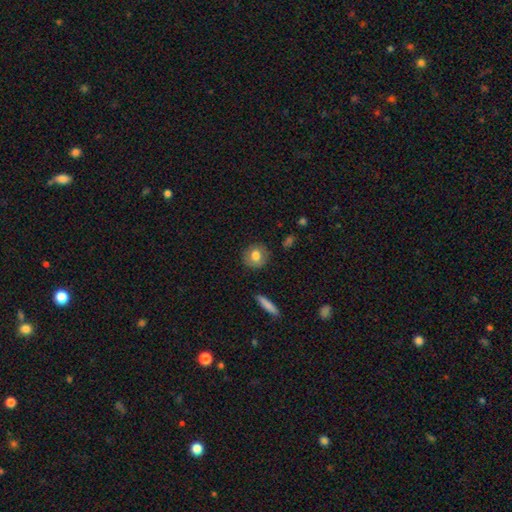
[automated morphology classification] type=smooth (73%); roundness=round (83%); merging=none (85%).